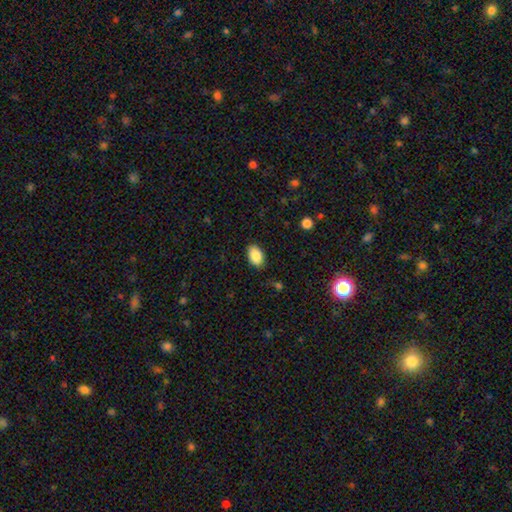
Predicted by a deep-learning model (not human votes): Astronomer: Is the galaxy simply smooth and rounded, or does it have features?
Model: smooth — 87%.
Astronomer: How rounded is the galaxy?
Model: in between — 91%.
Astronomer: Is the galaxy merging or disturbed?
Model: none — 86%.